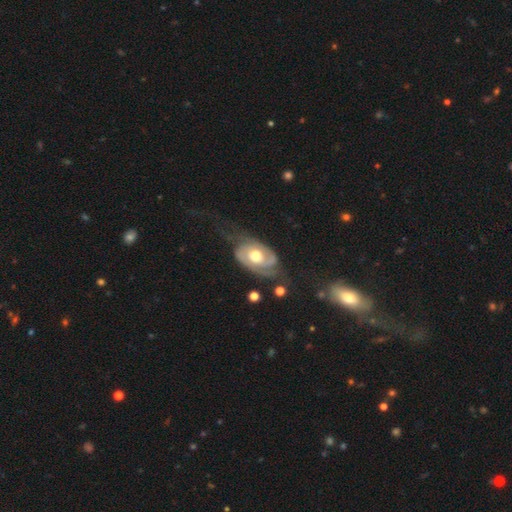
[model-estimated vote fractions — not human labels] Smooth or featured: featured or disk — 82% (smooth — 13%)
Edge-on disk: no — 96% (yes — 4%)
Bar: no — 72% (weak — 22%)
Spiral arms: yes — 92% (no — 8%)
Spiral winding: tight — 50% (medium — 34%)
Spiral arm count: 2 — 72% (can't tell — 12%)
Bulge size: moderate — 75% (large — 14%)
Merging: none — 52% (minor disturbance — 24%)